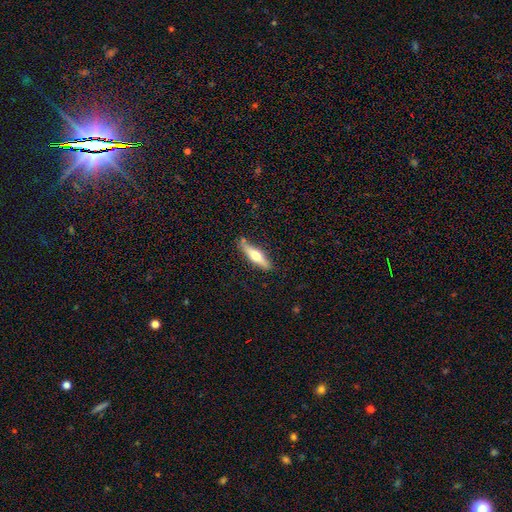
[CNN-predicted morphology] type=featured or disk (50%); edge-on=yes (92%); merging=none (81%).